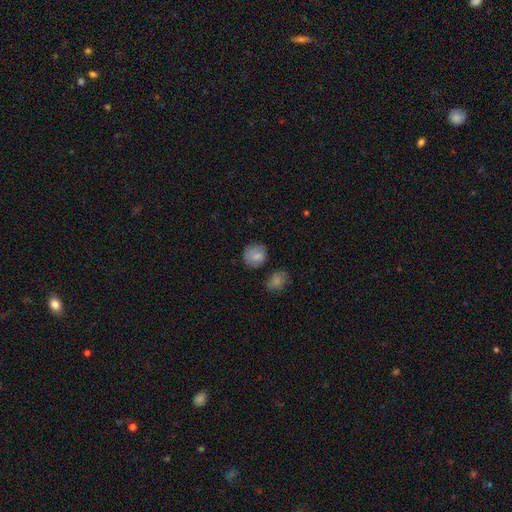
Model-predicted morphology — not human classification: This is clearly a smooth galaxy (82%). How rounded: likely round (76%). Merging: likely none (76%).